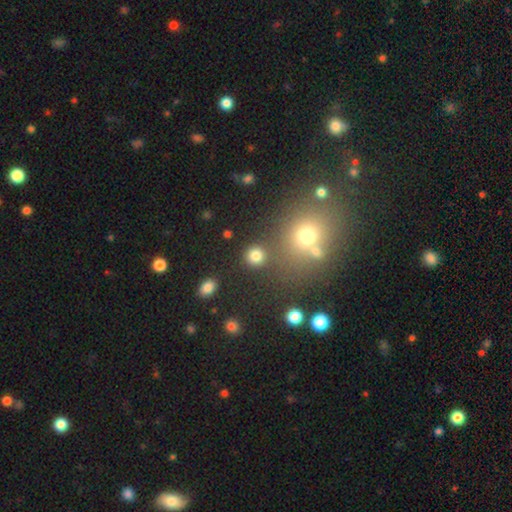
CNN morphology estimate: The model was most divided on "smooth or featured": smooth: 81%, star or artifact: 14%, featured or disk: 5%. More confident: how rounded — round (89%); merging — none (82%).